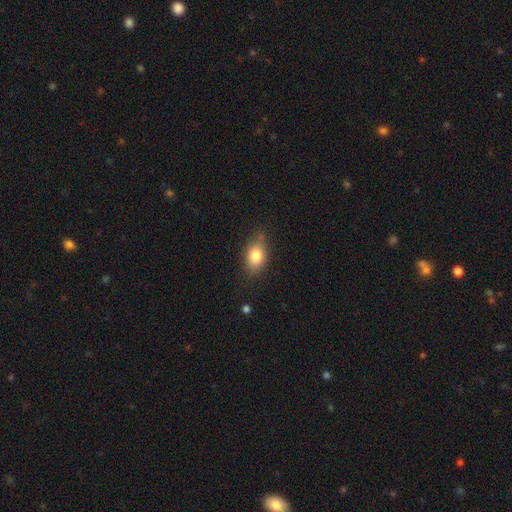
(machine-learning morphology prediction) Smooth or featured: smooth — 81% (featured or disk — 10%)
How rounded: in between — 80% (round — 18%)
Merging: none — 76% (minor disturbance — 18%)